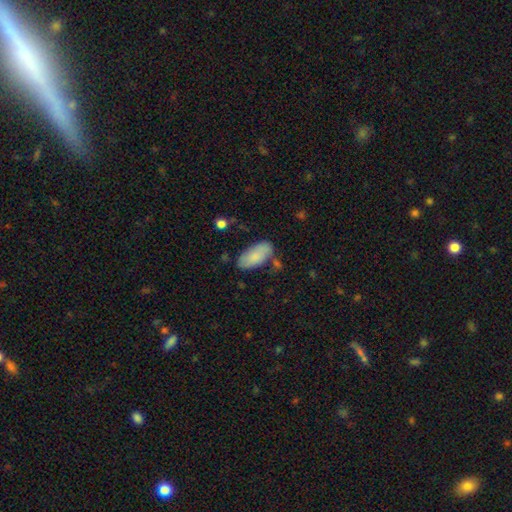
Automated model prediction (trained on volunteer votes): Smooth or featured? smooth (83%)
How rounded? in between (91%)
Merging? none (70%)